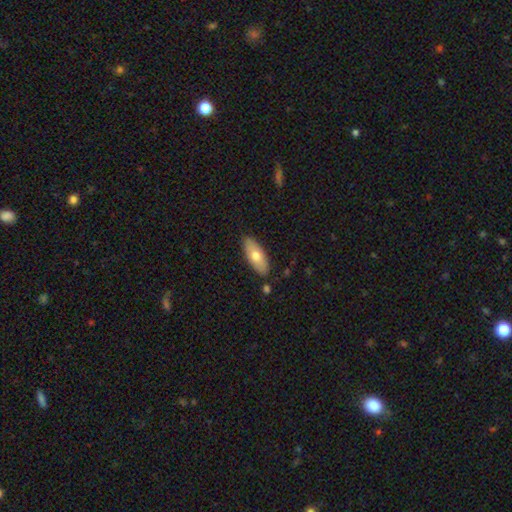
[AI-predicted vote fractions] This is likely a smooth galaxy (68%). How rounded: clearly in between (80%). Merging: clearly none (86%).